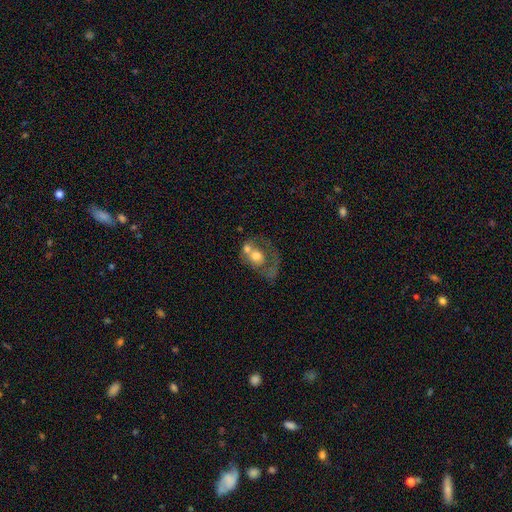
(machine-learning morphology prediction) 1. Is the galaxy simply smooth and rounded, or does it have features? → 46% smooth, 45% featured or disk, 9% star or artifact.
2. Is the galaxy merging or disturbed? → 53% merger, 20% none, 17% major disturbance, 11% minor disturbance.